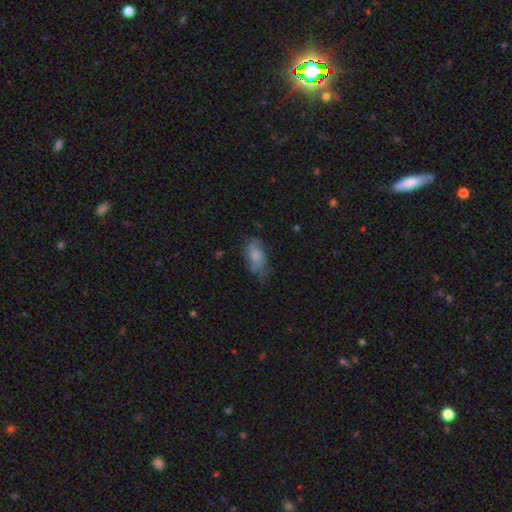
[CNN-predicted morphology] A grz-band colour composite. It shows a smooth galaxy with no disk features (56%) that is in between round and cigar-shaped (89%). Merging: none (52%).